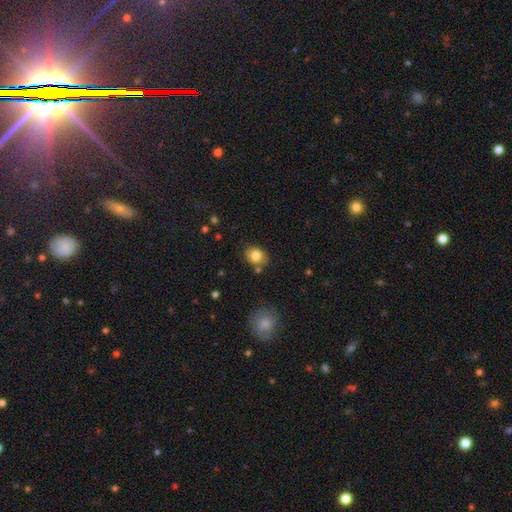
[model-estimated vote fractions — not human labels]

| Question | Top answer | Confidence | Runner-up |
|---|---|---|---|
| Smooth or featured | smooth | 81% | featured or disk (10%) |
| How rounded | round | 50% | in between (49%) |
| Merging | none | 79% | minor disturbance (12%) |